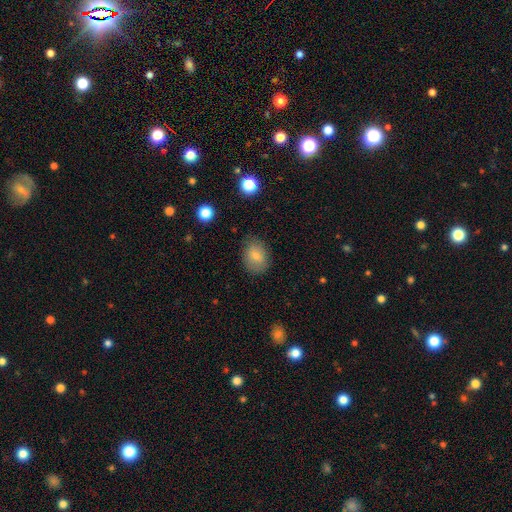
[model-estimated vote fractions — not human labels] Smooth or featured? smooth (79%)
How rounded? in between (74%)
Merging? none (78%)